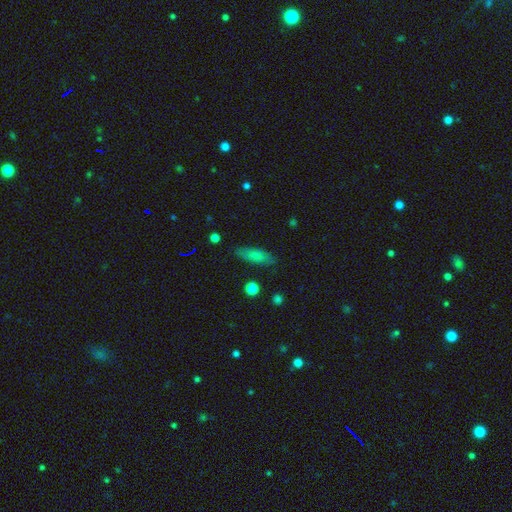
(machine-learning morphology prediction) A smooth galaxy with no disk features (79%) that is in between round and cigar-shaped (53%).

Vote fractions:
- Smooth or featured? smooth: 79% / featured or disk: 13% / star or artifact: 8%
- How rounded? in between: 53% / cigar-shaped: 44% / round: 3%
- Merging? none: 83% / minor disturbance: 12% / major disturbance: 3% / merger: 2%